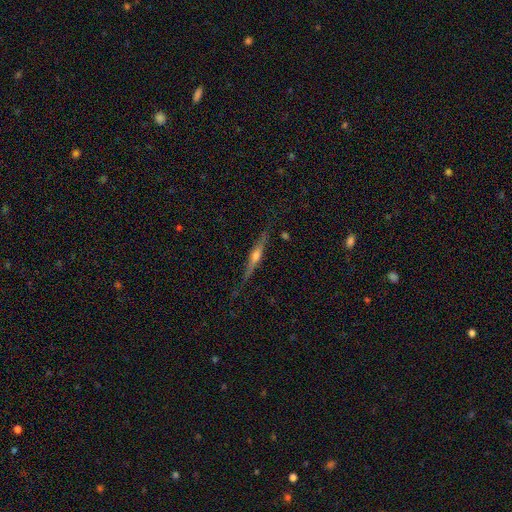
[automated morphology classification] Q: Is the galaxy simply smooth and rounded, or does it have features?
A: featured or disk — 74%.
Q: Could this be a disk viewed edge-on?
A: yes — 97%.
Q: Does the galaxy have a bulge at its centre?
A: rounded — 85%.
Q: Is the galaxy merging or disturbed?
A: none — 83%.